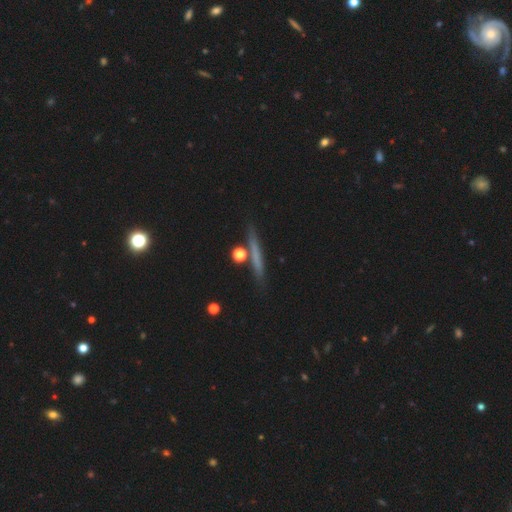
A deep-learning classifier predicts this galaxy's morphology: Overall: smooth (52%; featured or disk 37%). How rounded: cigar-shaped (90%). Merging: none (83%).